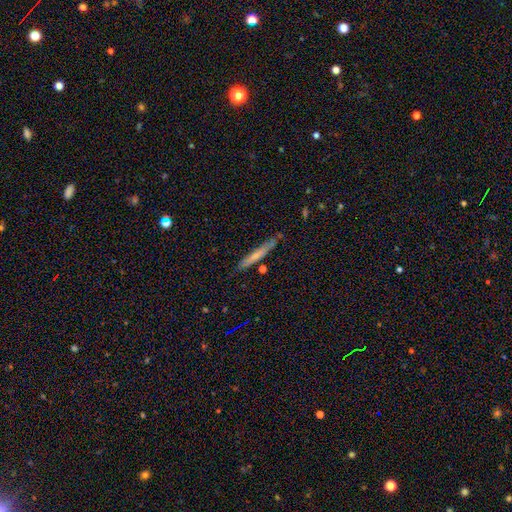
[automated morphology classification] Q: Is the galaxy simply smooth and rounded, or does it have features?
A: smooth — 61%.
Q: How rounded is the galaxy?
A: cigar-shaped — 95%.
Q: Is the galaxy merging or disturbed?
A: none — 81%.